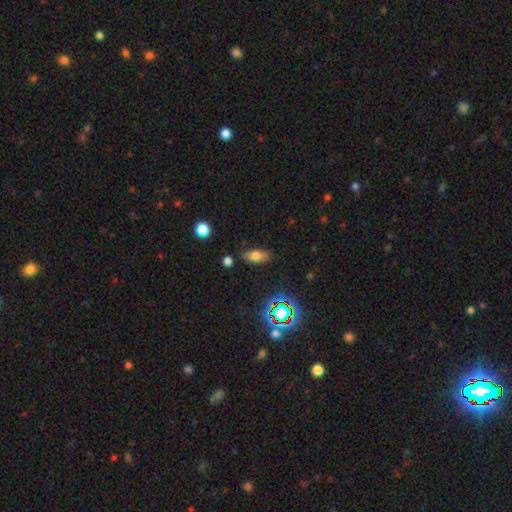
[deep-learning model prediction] A smooth galaxy with no disk features (71%) that is in between round and cigar-shaped (81%).

Vote fractions:
- Smooth or featured? smooth: 71% / star or artifact: 15% / featured or disk: 14%
- How rounded? in between: 81% / cigar-shaped: 13% / round: 6%
- Merging? none: 78% / minor disturbance: 15% / major disturbance: 4% / merger: 3%